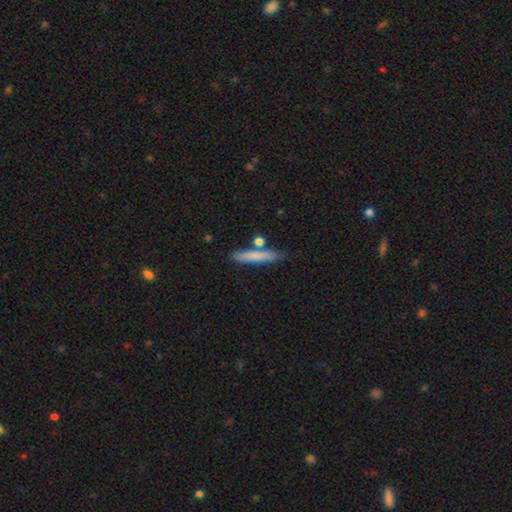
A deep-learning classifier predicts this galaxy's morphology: smooth_or_featured: smooth (p=0.74) [alt: featured or disk p=0.20]
how_rounded: cigar-shaped (p=0.91) [alt: in between p=0.06]
merging: none (p=0.76) [alt: minor disturbance p=0.13]